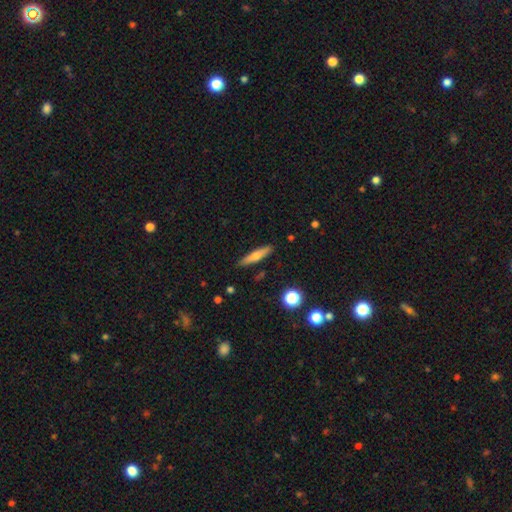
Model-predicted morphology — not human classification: type=smooth (52%); roundness=cigar-shaped (85%); merging=none (89%).